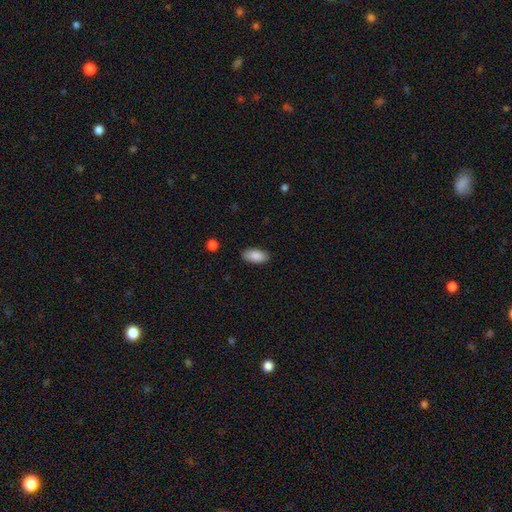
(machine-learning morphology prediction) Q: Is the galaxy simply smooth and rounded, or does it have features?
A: smooth — 89%.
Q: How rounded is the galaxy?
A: in between — 93%.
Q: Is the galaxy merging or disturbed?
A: none — 87%.